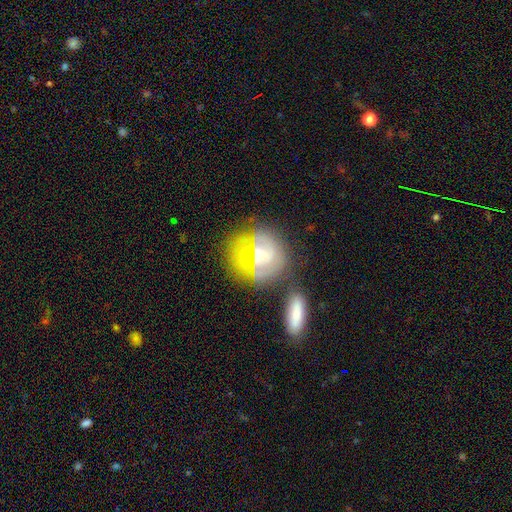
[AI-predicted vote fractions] Morphology: type=featured or disk (49%); merging=none (55%).